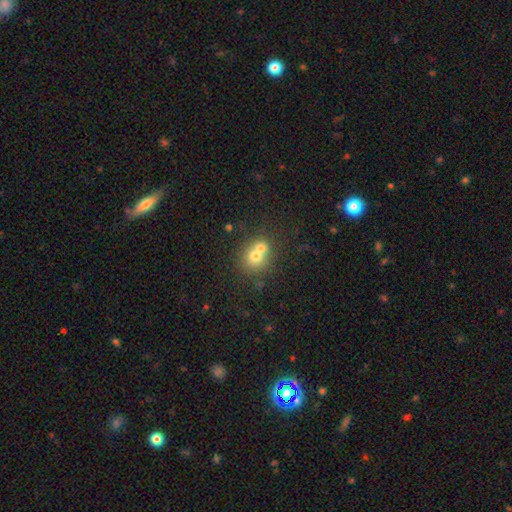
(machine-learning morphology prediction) smooth-or-featured: smooth: 67% | featured or disk: 20% | star or artifact: 13%
  how-rounded: round: 78% | in between: 21% | cigar-shaped: 1%
  merging: merger: 59% | none: 32% | minor disturbance: 6% | major disturbance: 3%